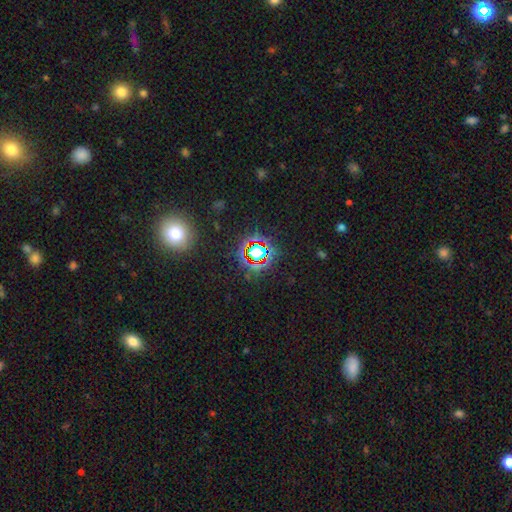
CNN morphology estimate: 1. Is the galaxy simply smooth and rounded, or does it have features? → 75% star or artifact, 15% smooth, 10% featured or disk.